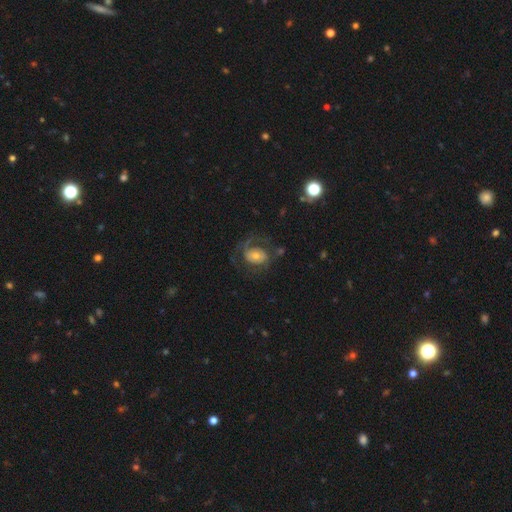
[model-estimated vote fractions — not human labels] The model was most divided on "bulge size": moderate: 45%, small: 42%, large: 8%, none: 2%, dominant: 2%. More confident: edge-on disk — no (96%); bar — no (69%); spiral arms — yes (69%); smooth or featured — featured or disk (60%); merging — none (52%).